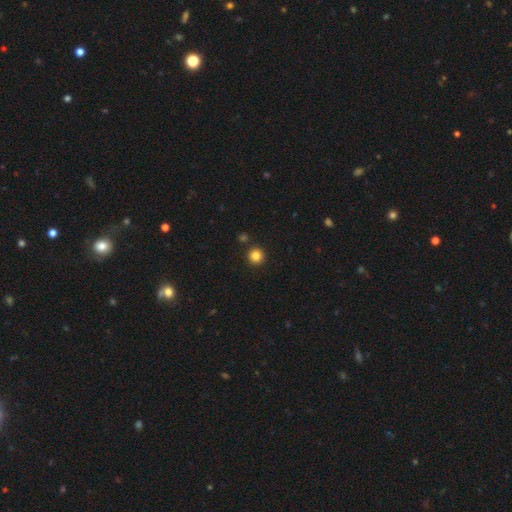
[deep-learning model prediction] Q: Smooth or featured?
A: smooth (84%); runner-up: star or artifact (12%)
Q: How rounded?
A: round (95%); runner-up: in between (4%)
Q: Merging?
A: none (90%); runner-up: minor disturbance (5%)